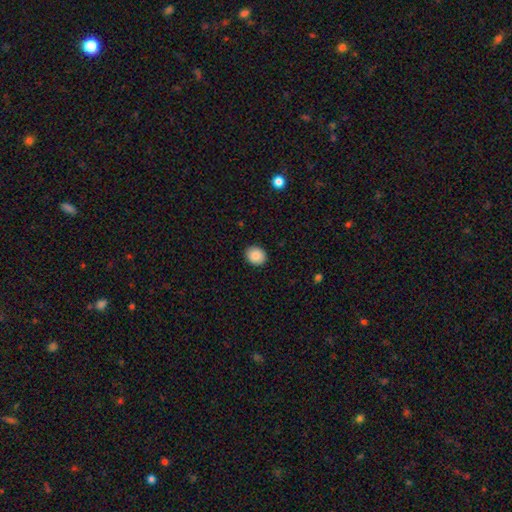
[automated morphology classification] smooth_or_featured: smooth (p=0.89) [alt: star or artifact p=0.08]
how_rounded: round (p=0.65) [alt: in between p=0.35]
merging: none (p=0.91) [alt: minor disturbance p=0.06]